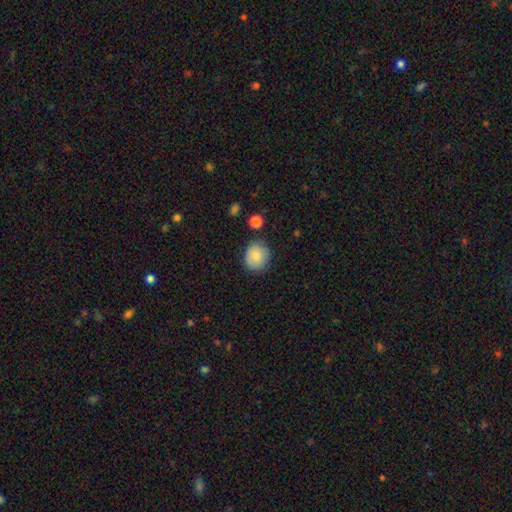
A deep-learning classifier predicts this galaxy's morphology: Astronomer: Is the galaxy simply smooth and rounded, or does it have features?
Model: smooth — 85%.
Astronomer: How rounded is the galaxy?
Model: round — 79%.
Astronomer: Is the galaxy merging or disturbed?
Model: none — 82%.